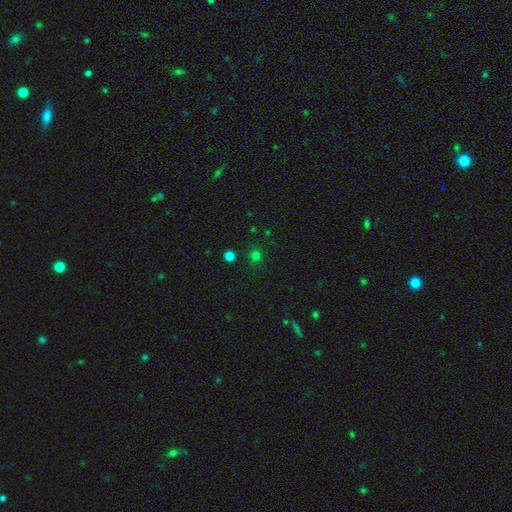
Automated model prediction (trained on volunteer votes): A smooth galaxy with no disk features (73%) that is round (89%).

Vote fractions:
- Smooth or featured? smooth: 73% / star or artifact: 23% / featured or disk: 4%
- How rounded? round: 89% / in between: 10% / cigar-shaped: 1%
- Merging? none: 87% / minor disturbance: 8% / merger: 3% / major disturbance: 3%